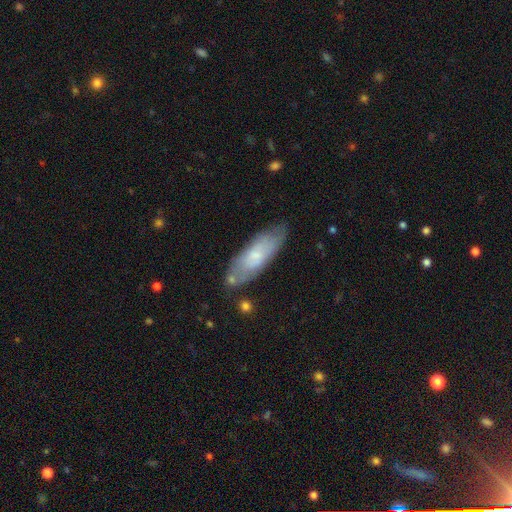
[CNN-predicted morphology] Overall: smooth (61%; featured or disk 33%). How rounded: in between (57%; cigar-shaped 41%). Merging: none (71%).